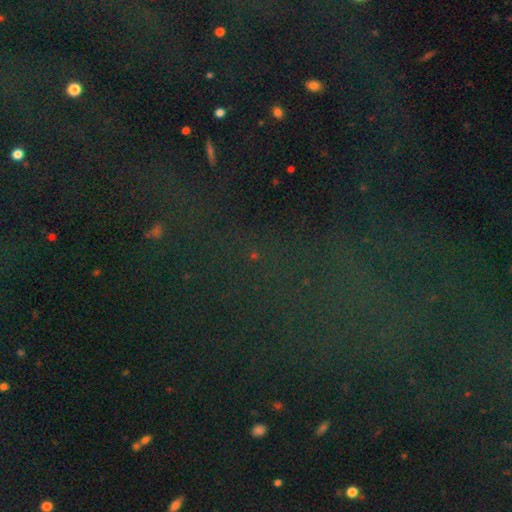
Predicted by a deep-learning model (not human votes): Morphology: type=star or artifact (77%).